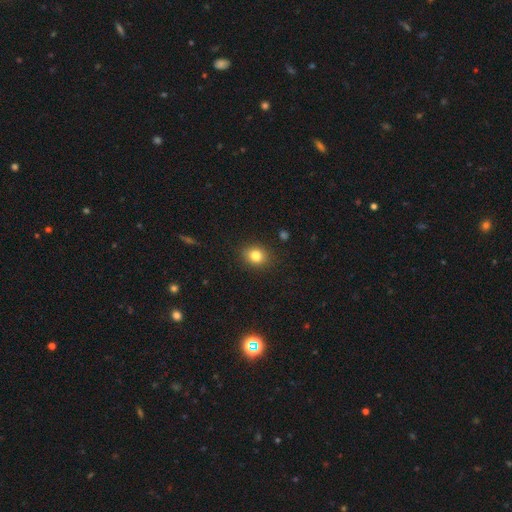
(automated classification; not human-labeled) A smooth galaxy with no disk features (81%) that is round (57%).

Vote fractions:
- Smooth or featured? smooth: 81% / star or artifact: 11% / featured or disk: 7%
- How rounded? round: 57% / in between: 42% / cigar-shaped: 1%
- Merging? none: 88% / minor disturbance: 9% / major disturbance: 2% / merger: 1%